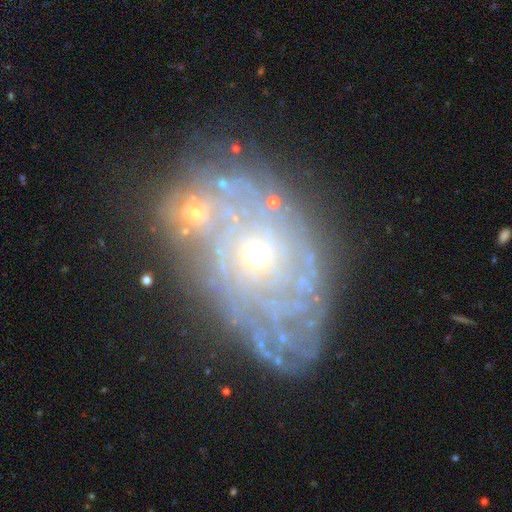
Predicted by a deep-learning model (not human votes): smooth-or-featured: featured or disk: 80% | smooth: 11% | star or artifact: 9%
  disk-edge-on: no: 95% | yes: 5%
    bar: no: 84% | weak: 13% | strong: 4%
    has-spiral-arms: yes: 82% | no: 18%
      spiral-winding: tight: 73% | medium: 20% | loose: 8%
      spiral-arm-count: can't tell: 47% | more than 4: 19% | 4: 11% | 3: 9% | 2: 9% | 1: 5%
    bulge-size: small: 59% | moderate: 36% | large: 2% | none: 1% | dominant: 1%
  merging: none: 64% | minor disturbance: 18% | major disturbance: 11% | merger: 7%